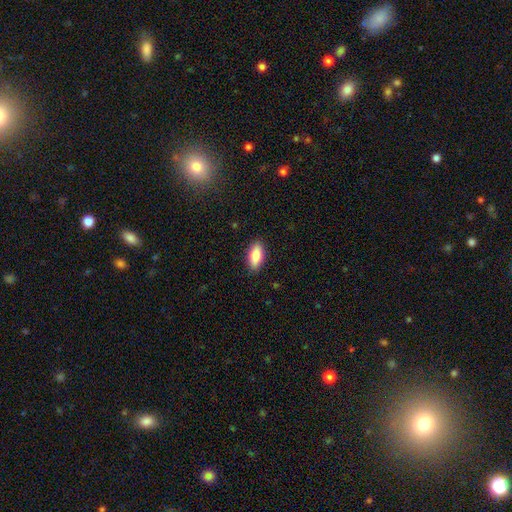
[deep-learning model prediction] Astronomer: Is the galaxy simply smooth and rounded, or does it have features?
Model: smooth — 84%.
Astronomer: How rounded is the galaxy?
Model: in between — 86%.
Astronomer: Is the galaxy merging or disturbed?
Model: none — 88%.